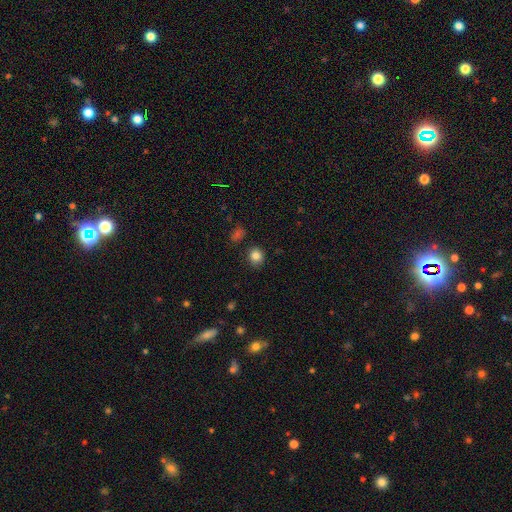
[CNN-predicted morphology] smooth-or-featured: smooth: 84% | star or artifact: 11% | featured or disk: 5%
  how-rounded: round: 81% | in between: 18% | cigar-shaped: 1%
  merging: none: 87% | minor disturbance: 9% | merger: 2% | major disturbance: 2%